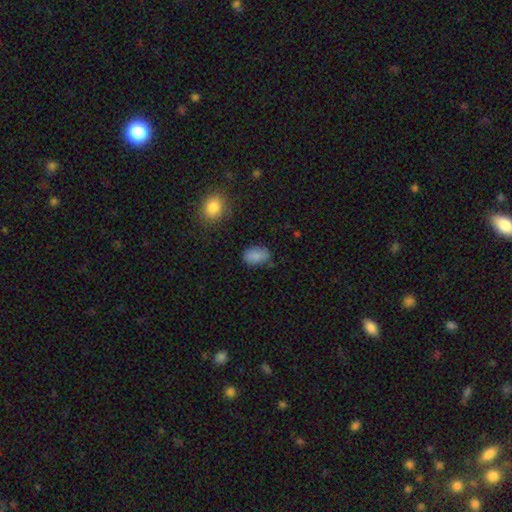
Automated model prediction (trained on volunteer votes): Smooth or featured?
  - smooth: 85% *
  - star or artifact: 9%
  - featured or disk: 6%
How rounded?
  - in between: 89% *
  - round: 10%
  - cigar-shaped: 1%
Merging?
  - none: 72% *
  - minor disturbance: 20%
  - major disturbance: 4%
  - merger: 3%